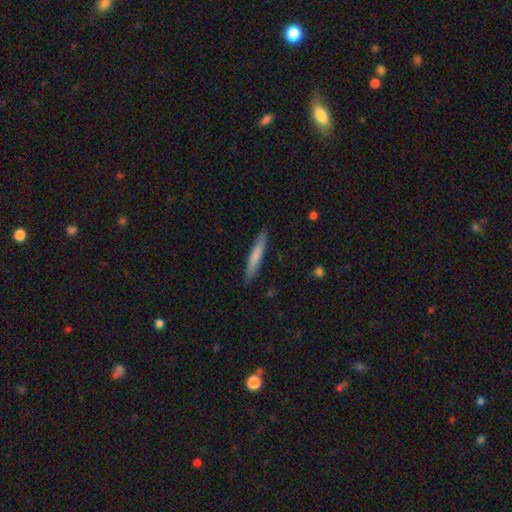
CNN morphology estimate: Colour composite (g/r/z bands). It shows a smooth galaxy with no disk features (73%) that is cigar-shaped (94%). Merging: none (89%).